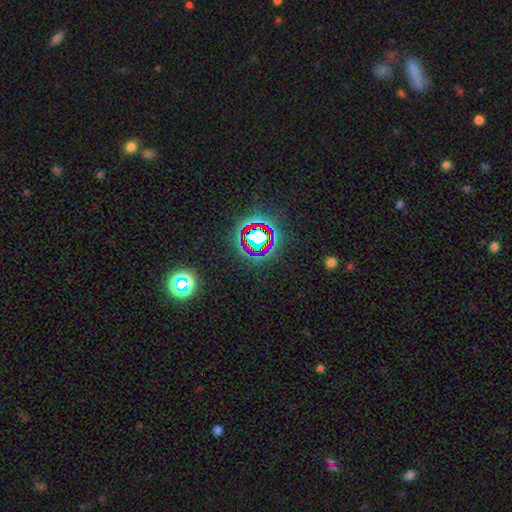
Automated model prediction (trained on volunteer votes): This appears to be a star or artifact, not a galaxy (75%).